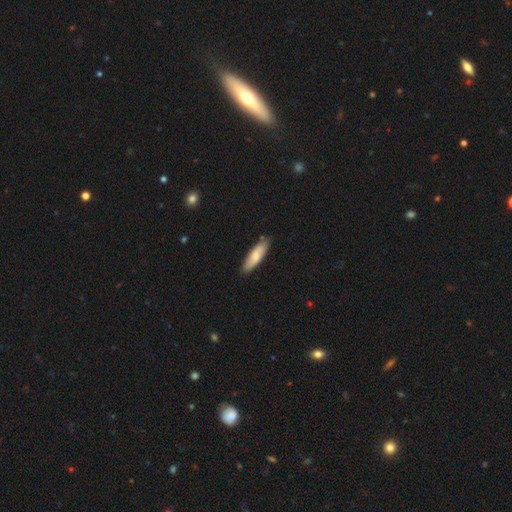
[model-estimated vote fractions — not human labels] smooth-or-featured: smooth: 75% | featured or disk: 19% | star or artifact: 5%
  how-rounded: cigar-shaped: 58% | in between: 41% | round: 2%
  merging: none: 85% | minor disturbance: 12% | major disturbance: 2% | merger: 2%